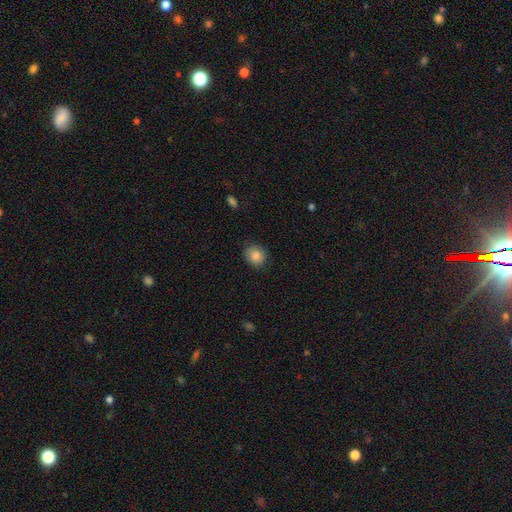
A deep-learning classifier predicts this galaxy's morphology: Overall: smooth (85%). How rounded: round (79%). Merging: none (85%).